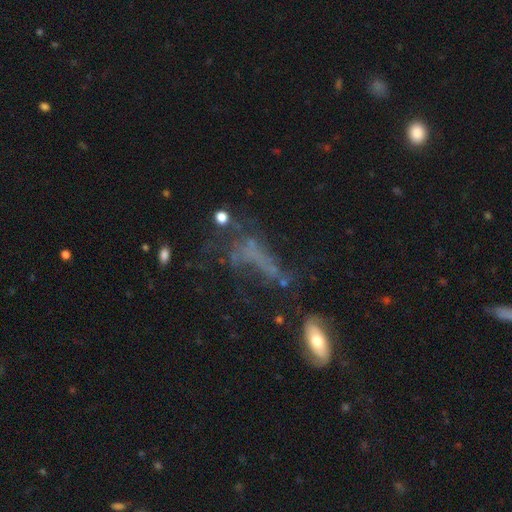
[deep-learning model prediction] This appears to be a featured or disk galaxy (40%). Merging: major disturbance (39%).